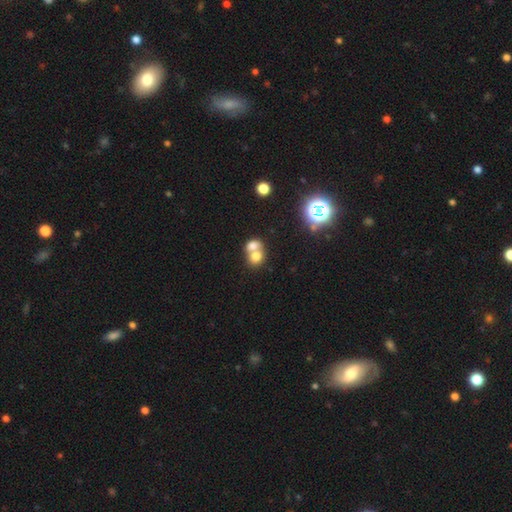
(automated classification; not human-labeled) A smooth galaxy with no disk features (72%) that is round (59%). Merging: merger (71%).